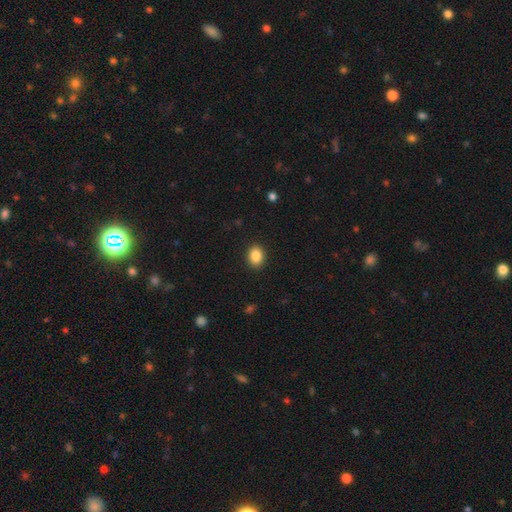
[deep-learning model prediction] The model was most divided on "how rounded": in between: 60%, round: 39%, cigar-shaped: 1%. More confident: merging — none (90%); smooth or featured — smooth (87%).